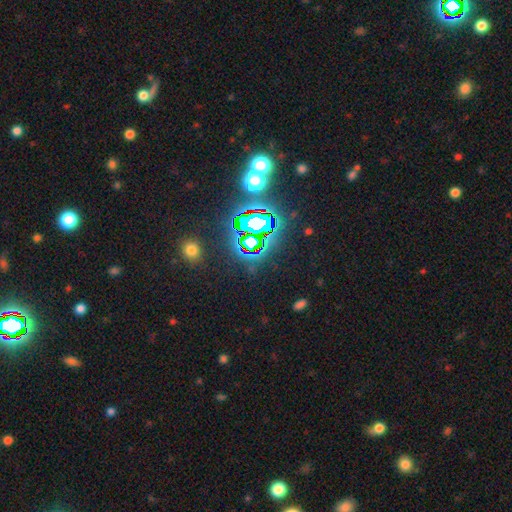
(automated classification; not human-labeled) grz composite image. It shows a star or artifact, not a galaxy (82%).